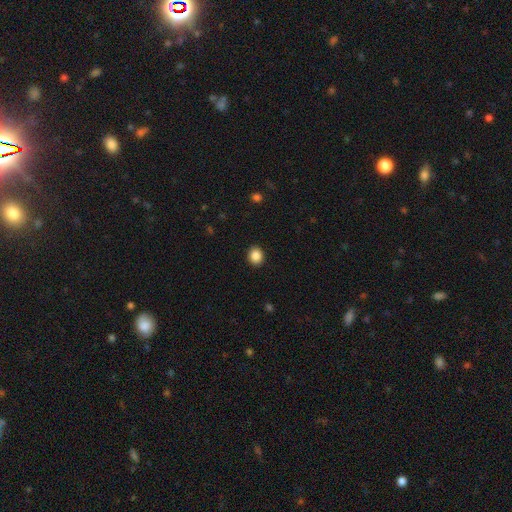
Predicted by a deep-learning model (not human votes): smooth 87%, star or artifact 9%, featured or disk 3%. Down the decision tree: how rounded — round (71%); merging — none (92%).